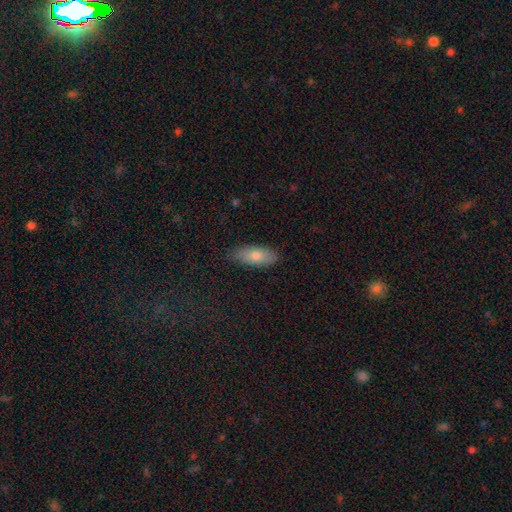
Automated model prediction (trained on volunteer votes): smooth-or-featured: smooth: 75% | featured or disk: 18% | star or artifact: 7%
  how-rounded: in between: 78% | cigar-shaped: 20% | round: 2%
  merging: none: 85% | minor disturbance: 11% | major disturbance: 2% | merger: 1%